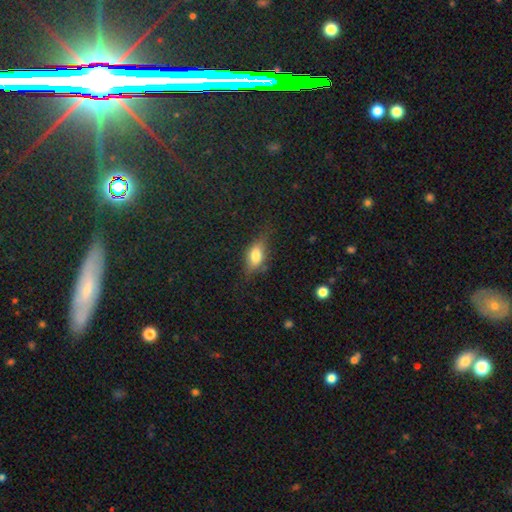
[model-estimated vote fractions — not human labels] Q: Smooth or featured?
A: smooth (71%); runner-up: featured or disk (19%)
Q: How rounded?
A: in between (80%); runner-up: cigar-shaped (12%)
Q: Merging?
A: none (66%); runner-up: minor disturbance (24%)